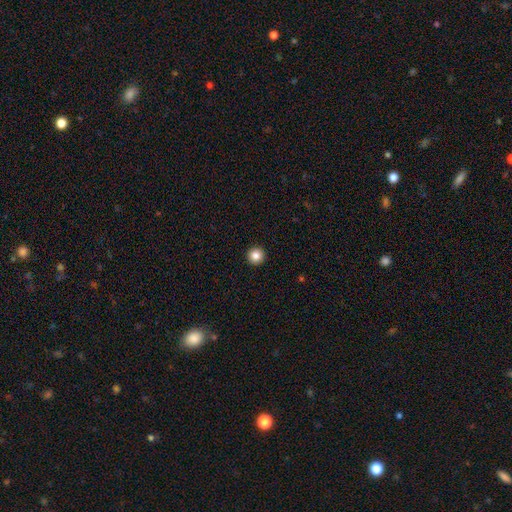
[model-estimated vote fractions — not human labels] This is clearly a smooth galaxy (85%). How rounded: clearly round (96%). Merging: clearly none (94%).